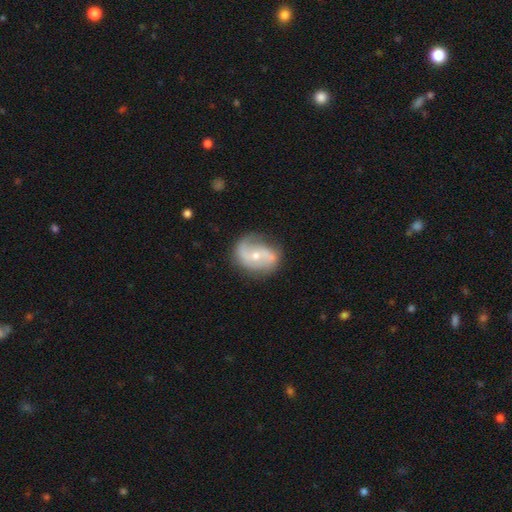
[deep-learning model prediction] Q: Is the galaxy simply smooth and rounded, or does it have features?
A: featured or disk — 80%.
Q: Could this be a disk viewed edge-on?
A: no — 97%.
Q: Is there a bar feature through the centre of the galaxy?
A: no — 53%.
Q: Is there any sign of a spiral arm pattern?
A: yes — 92%.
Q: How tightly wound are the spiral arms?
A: medium — 42%.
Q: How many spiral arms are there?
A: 2 — 84%.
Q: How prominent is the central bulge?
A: small — 51%.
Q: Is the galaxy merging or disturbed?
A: none — 70%.